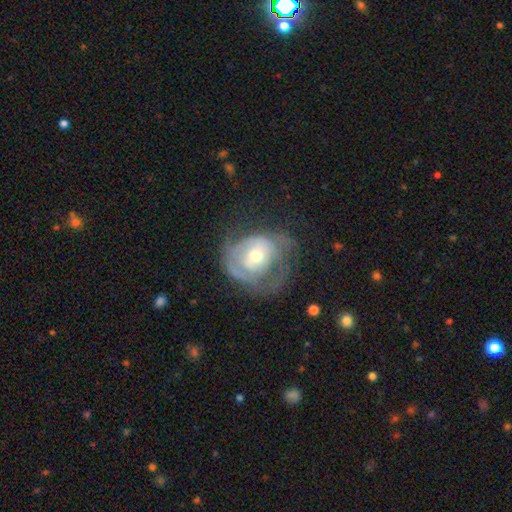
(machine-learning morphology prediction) Q: Smooth or featured?
A: featured or disk (61%); runner-up: smooth (31%)
Q: Edge-on disk?
A: no (96%); runner-up: yes (4%)
Q: Bar?
A: no (73%); runner-up: weak (22%)
Q: Spiral arms?
A: yes (57%); runner-up: no (43%)
Q: Bulge size?
A: moderate (59%); runner-up: small (32%)
Q: Merging?
A: major disturbance (37%); runner-up: none (36%)